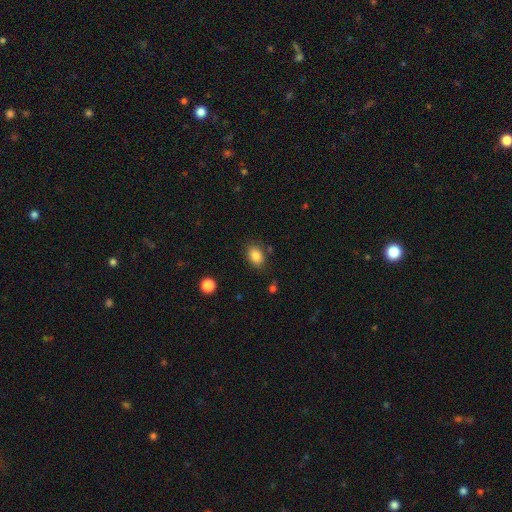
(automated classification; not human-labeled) This appears to be a smooth galaxy with no disk features (86%) that is in between round and cigar-shaped (81%). Merging: none (81%).